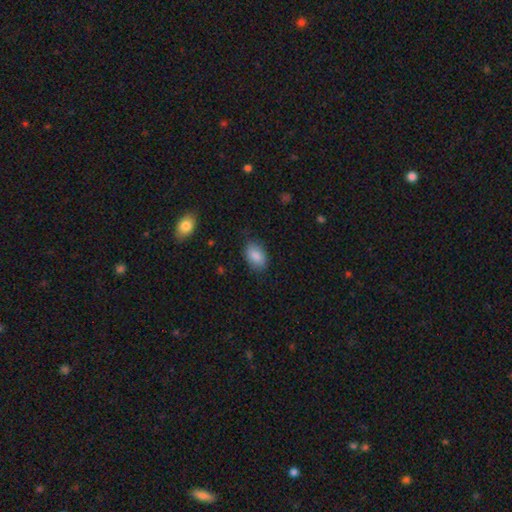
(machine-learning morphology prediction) This is clearly a smooth galaxy (87%). How rounded: clearly in between (90%). Merging: clearly none (81%).